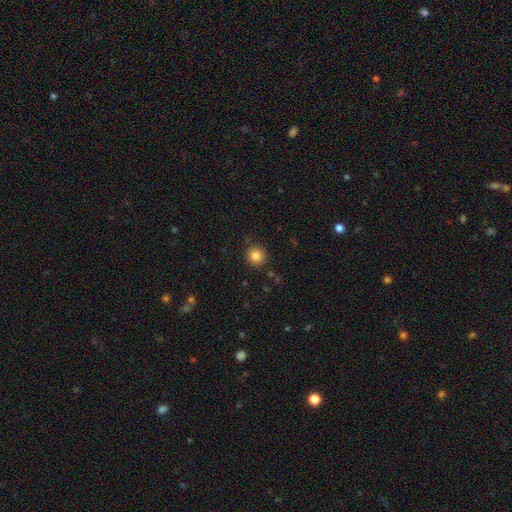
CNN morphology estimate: This is clearly a smooth galaxy (84%). How rounded: clearly round (92%). Merging: clearly none (89%).